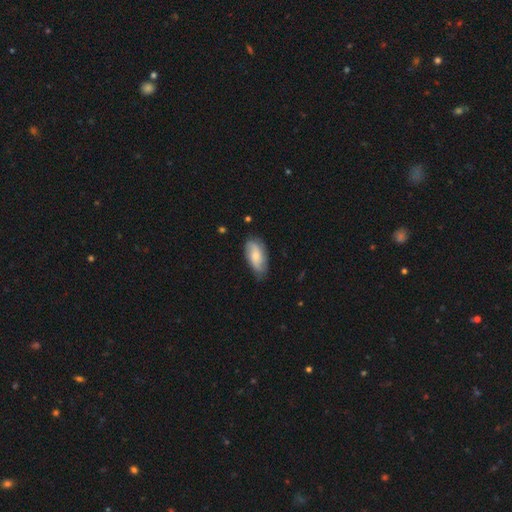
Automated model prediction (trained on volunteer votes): The model was most divided on "smooth or featured": smooth: 55%, featured or disk: 39%, star or artifact: 6%. More confident: how rounded — in between (89%); merging — none (72%).